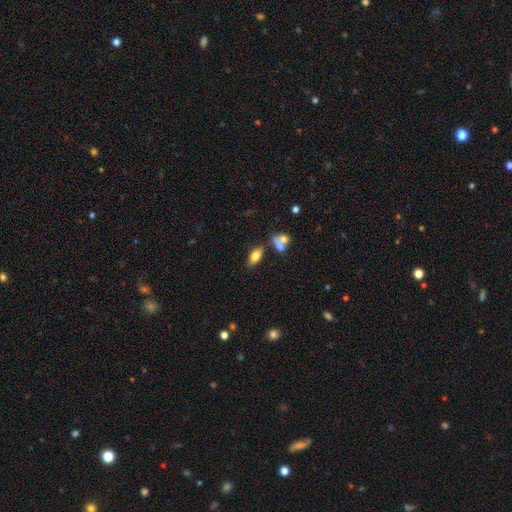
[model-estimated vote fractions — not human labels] smooth-or-featured: smooth: 74% | featured or disk: 17% | star or artifact: 9%
  how-rounded: in between: 85% | cigar-shaped: 10% | round: 5%
  merging: none: 70% | minor disturbance: 13% | merger: 13% | major disturbance: 4%